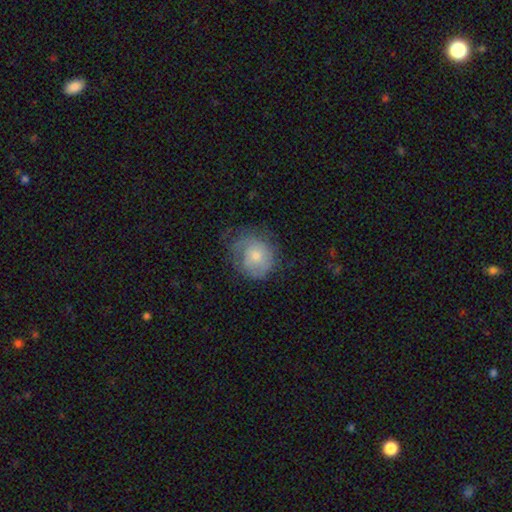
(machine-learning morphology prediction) The model was most divided on "smooth or featured": smooth: 54%, featured or disk: 38%, star or artifact: 8%. More confident: how rounded — round (78%); merging — none (51%).